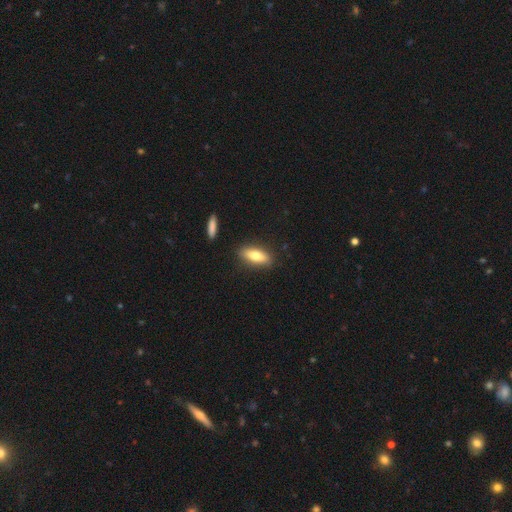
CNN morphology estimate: This appears to be a smooth galaxy with no disk features (72%) that is in between round and cigar-shaped (67%). Merging: none (85%).